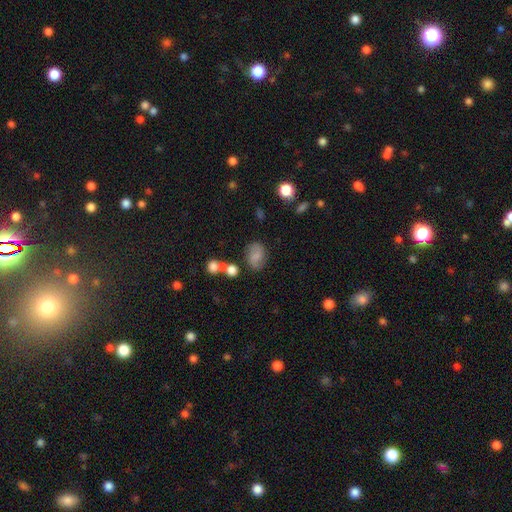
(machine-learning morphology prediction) Smooth or featured? smooth (65%)
How rounded? in between (74%)
Merging? none (67%)